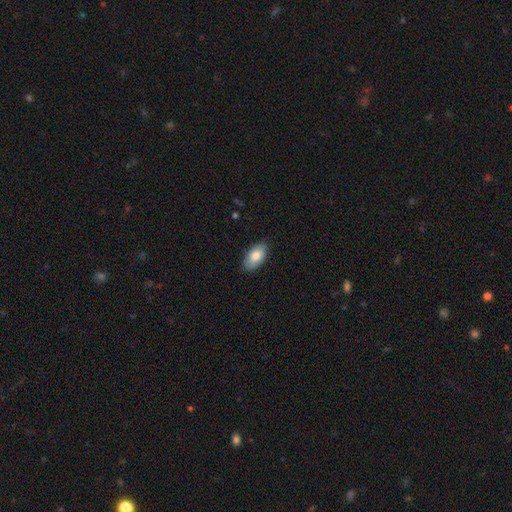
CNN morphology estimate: This is clearly a smooth galaxy (82%). How rounded: clearly in between (94%). Merging: clearly none (84%).